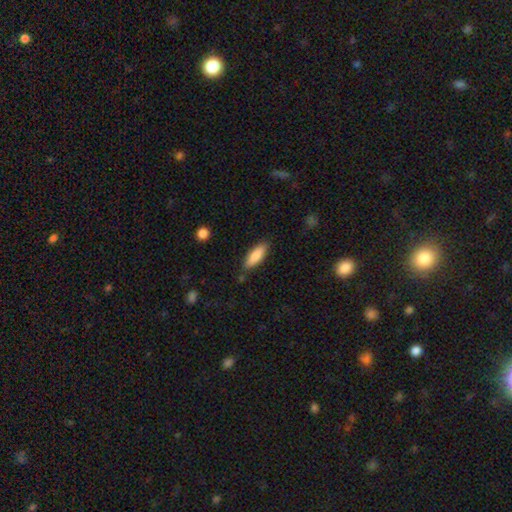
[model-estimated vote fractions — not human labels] smooth_or_featured: smooth (p=0.83) [alt: featured or disk p=0.11]
how_rounded: in between (p=0.54) [alt: cigar-shaped p=0.44]
merging: none (p=0.83) [alt: minor disturbance p=0.13]